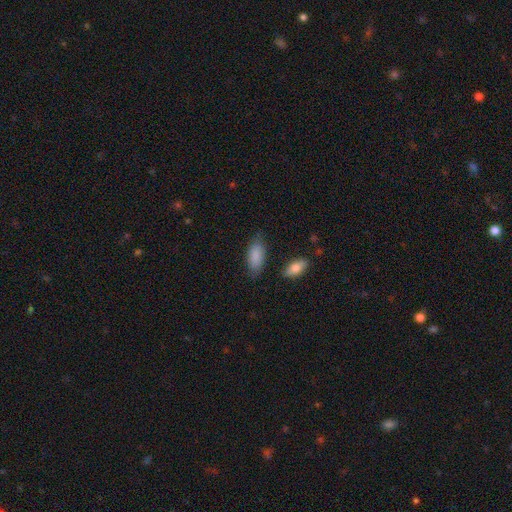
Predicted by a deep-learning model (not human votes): A smooth galaxy with no disk features (87%) that is in between round and cigar-shaped (88%). Merging: none (74%).